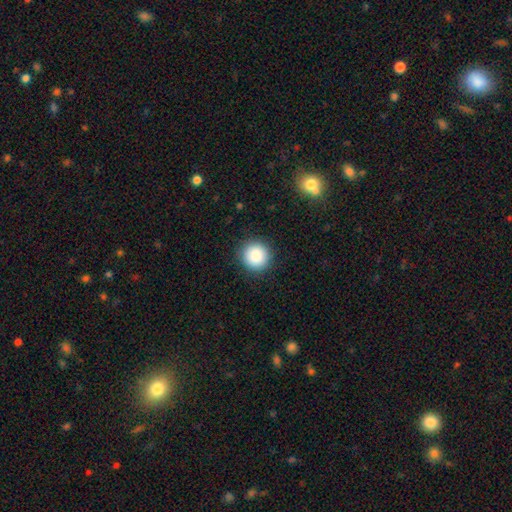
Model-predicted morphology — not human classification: type=smooth (88%); roundness=round (94%); merging=none (91%).